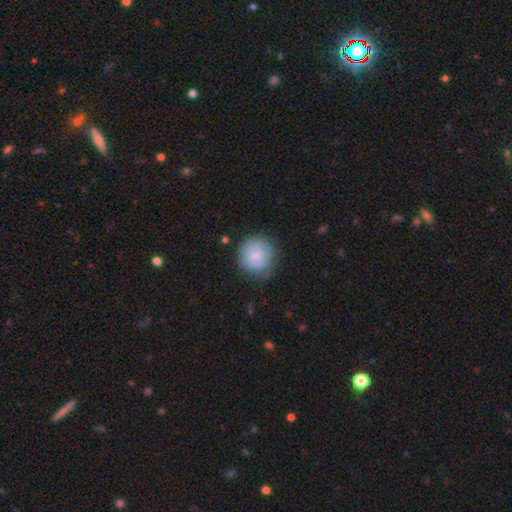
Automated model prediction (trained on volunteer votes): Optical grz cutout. It shows a smooth galaxy with no disk features (62%) that is round (90%). Merging: none (71%).